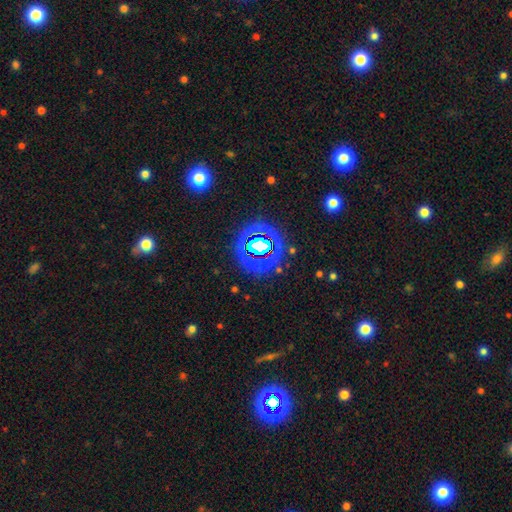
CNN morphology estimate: star or artifact 74%, smooth 15%, featured or disk 11%.